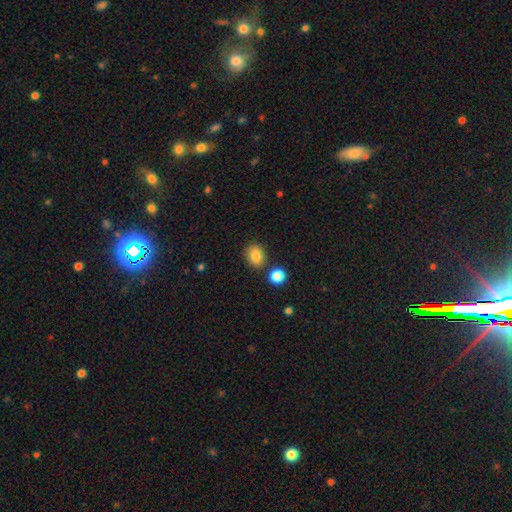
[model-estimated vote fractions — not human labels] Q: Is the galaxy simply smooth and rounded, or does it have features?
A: smooth — 84%.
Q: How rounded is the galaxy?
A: round — 61%.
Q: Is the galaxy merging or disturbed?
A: none — 80%.